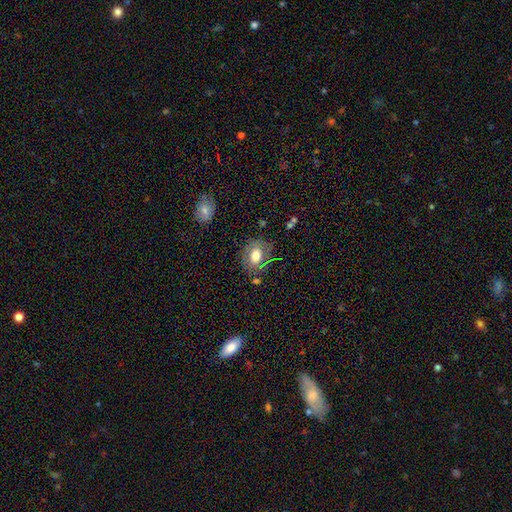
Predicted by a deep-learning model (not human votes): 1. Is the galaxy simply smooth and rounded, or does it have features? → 64% smooth, 26% featured or disk, 10% star or artifact.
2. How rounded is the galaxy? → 57% in between, 42% round, 1% cigar-shaped.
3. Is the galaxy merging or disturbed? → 72% none, 18% minor disturbance, 6% major disturbance, 4% merger.